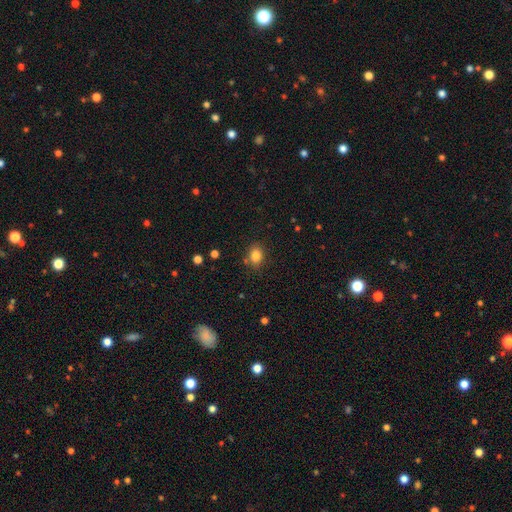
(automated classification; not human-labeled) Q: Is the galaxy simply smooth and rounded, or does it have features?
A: smooth — 83%.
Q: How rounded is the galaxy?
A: round — 51%.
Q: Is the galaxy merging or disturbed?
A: none — 81%.